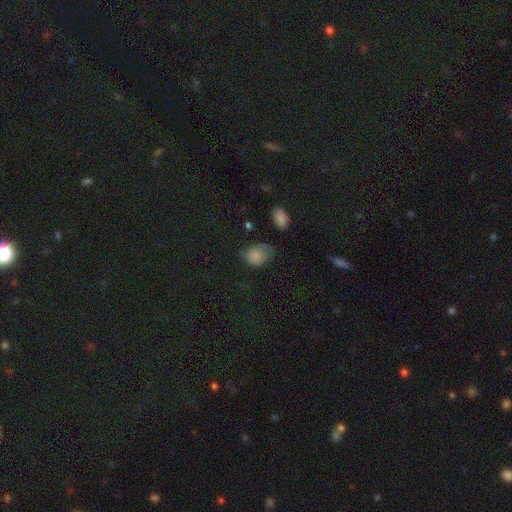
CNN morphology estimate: Smooth or featured? smooth (78%)
How rounded? in between (64%)
Merging? none (44%)